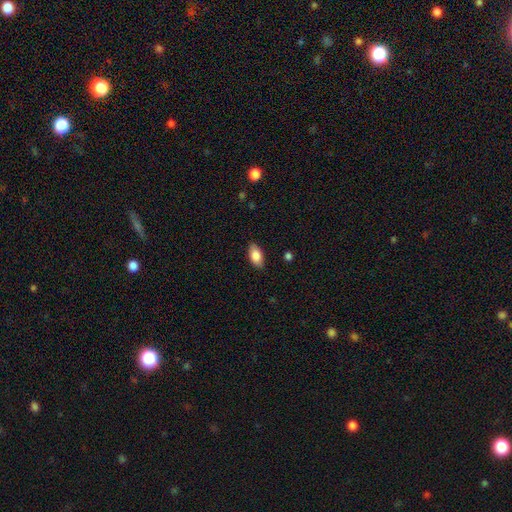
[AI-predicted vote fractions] smooth 83%, featured or disk 10%, star or artifact 7%. Down the decision tree: how rounded — in between (92%); merging — none (86%).